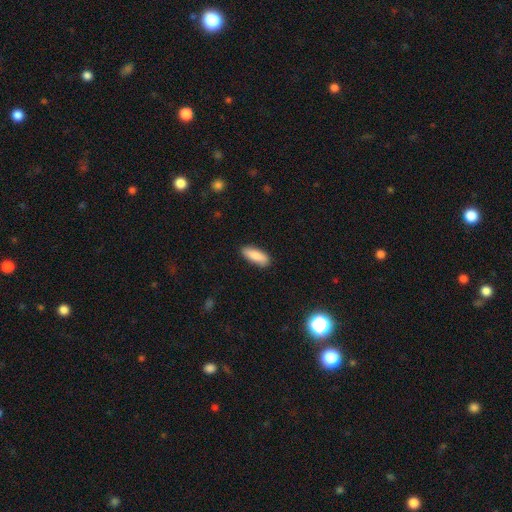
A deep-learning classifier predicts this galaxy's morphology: The model was most divided on "how rounded": in between: 68%, cigar-shaped: 31%, round: 2%. More confident: merging — none (87%); smooth or featured — smooth (87%).